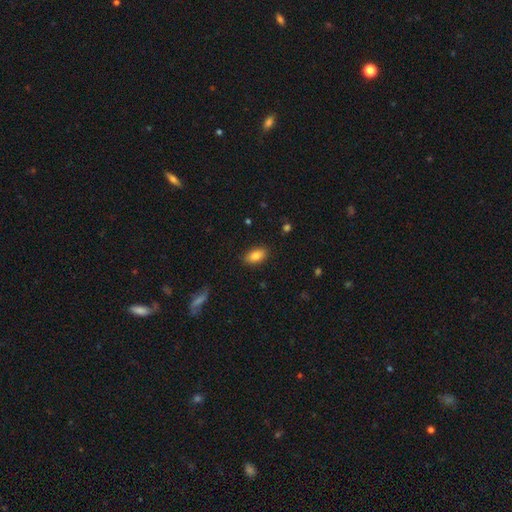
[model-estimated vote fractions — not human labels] The model was most divided on "smooth or featured": smooth: 84%, featured or disk: 9%, star or artifact: 8%. More confident: how rounded — in between (91%); merging — none (87%).